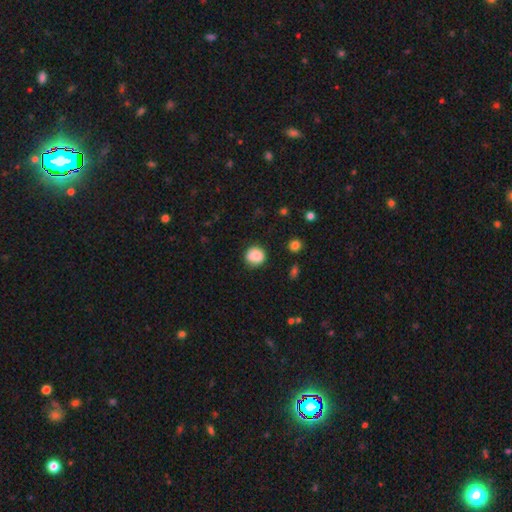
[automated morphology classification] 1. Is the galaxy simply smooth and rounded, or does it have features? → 84% smooth, 9% star or artifact, 7% featured or disk.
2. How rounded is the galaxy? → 87% round, 12% in between, 1% cigar-shaped.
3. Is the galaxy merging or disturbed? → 75% none, 18% minor disturbance, 4% major disturbance, 4% merger.